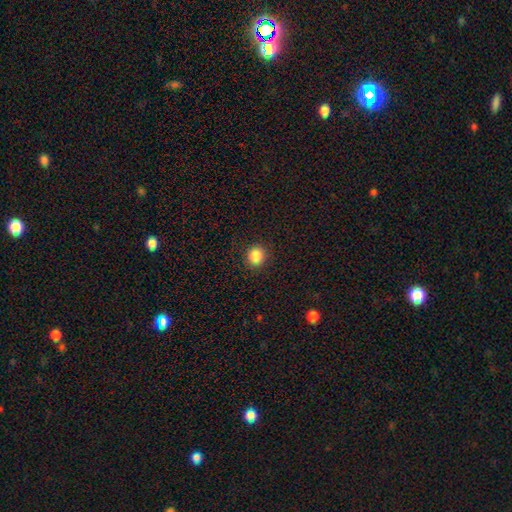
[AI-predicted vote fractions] Overall: smooth (86%). How rounded: round (78%). Merging: none (90%).